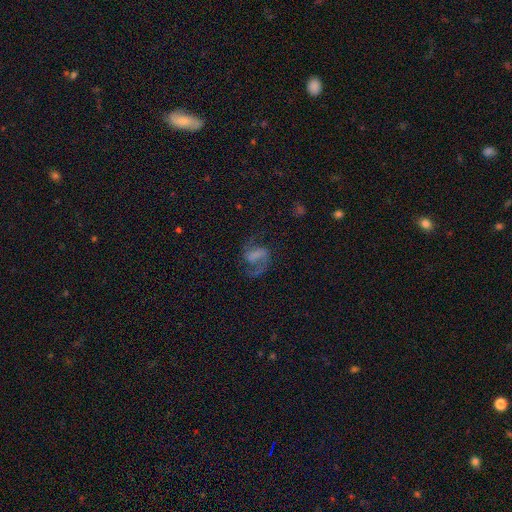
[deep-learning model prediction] The model was most divided on "spiral winding": medium: 49%, loose: 40%, tight: 11%. Remaining: edge-on disk — no (98%); spiral arms — yes (93%); spiral arm count — 2 (85%); smooth or featured — featured or disk (75%); merging — none (62%); bulge size — none (53%); bar — weak (43%).